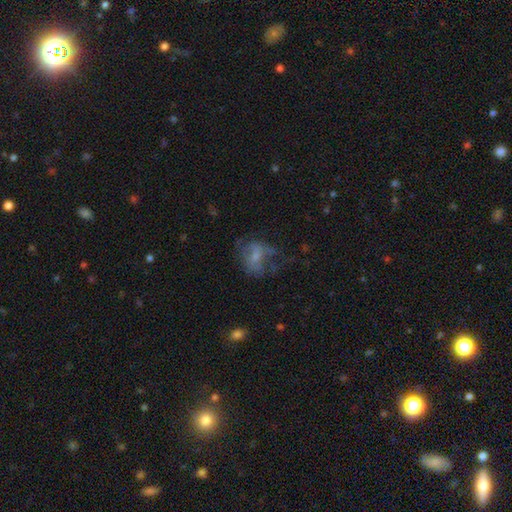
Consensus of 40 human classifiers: A featured or disk galaxy (50%) with no bar (55%), no spiral arms (65%) and a moderate central bulge (50%).

Vote fractions:
- Smooth or featured? featured or disk: 50% / smooth: 38% / star or artifact: 12%
- Edge-on disk? no: 100% / yes: 0%
- Bar? no: 55% / weak: 35% / strong: 10%
- Spiral arms? no: 65% / yes: 35%
- Bulge size? moderate: 50% / small: 25% / none: 20% / large: 5% / dominant: 0%
- Merging? major disturbance: 54% / none: 29% / minor disturbance: 14% / merger: 3%